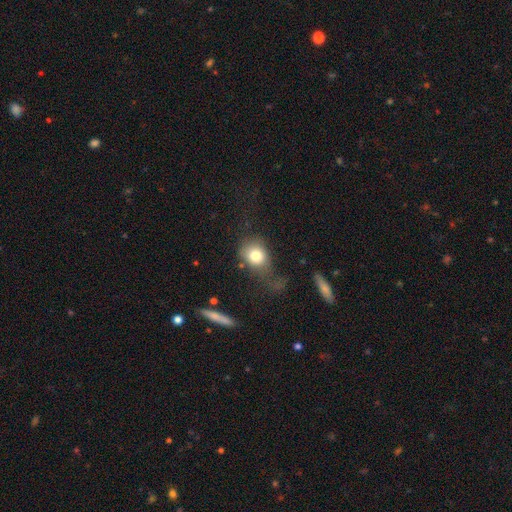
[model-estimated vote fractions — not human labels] smooth-or-featured: smooth: 78% | featured or disk: 12% | star or artifact: 9%
  how-rounded: round: 60% | in between: 38% | cigar-shaped: 1%
  merging: none: 36% | major disturbance: 35% | minor disturbance: 24% | merger: 5%